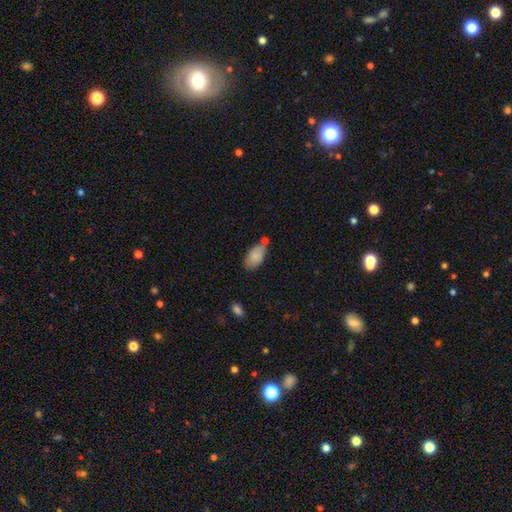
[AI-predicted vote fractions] This is clearly a smooth galaxy (84%). How rounded: clearly in between (94%). Merging: likely none (64%).